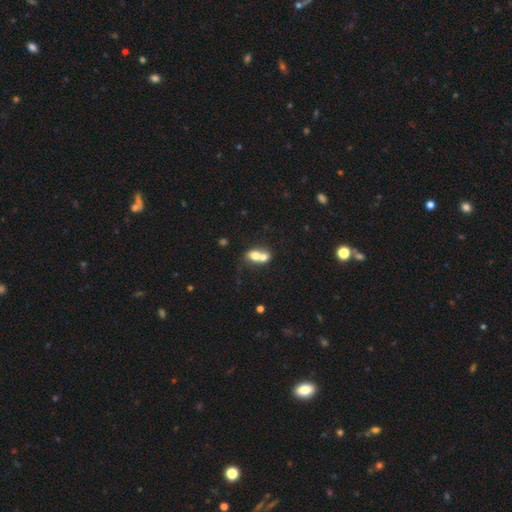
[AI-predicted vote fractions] Smooth or featured? smooth (67%)
How rounded? in between (57%)
Merging? merger (74%)